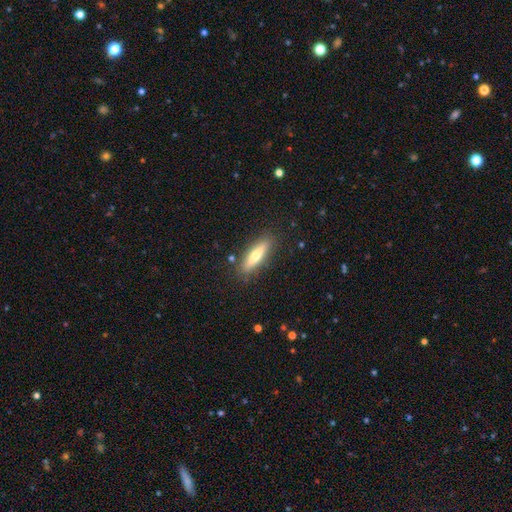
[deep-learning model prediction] Morphology: type=smooth (61%); roundness=cigar-shaped (70%); merging=none (86%).